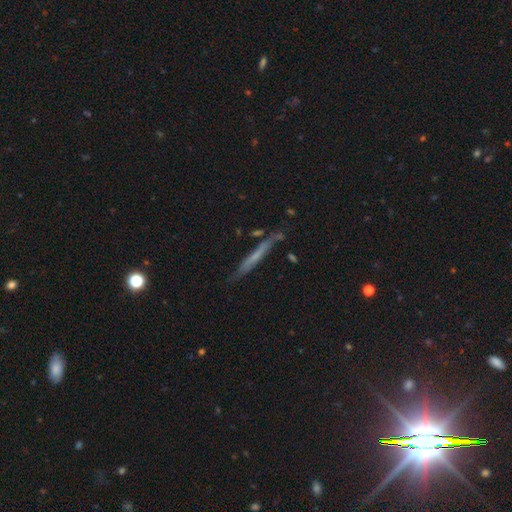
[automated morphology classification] smooth_or_featured: featured or disk (p=0.48) [alt: smooth p=0.45]
merging: none (p=0.78) [alt: minor disturbance p=0.15]